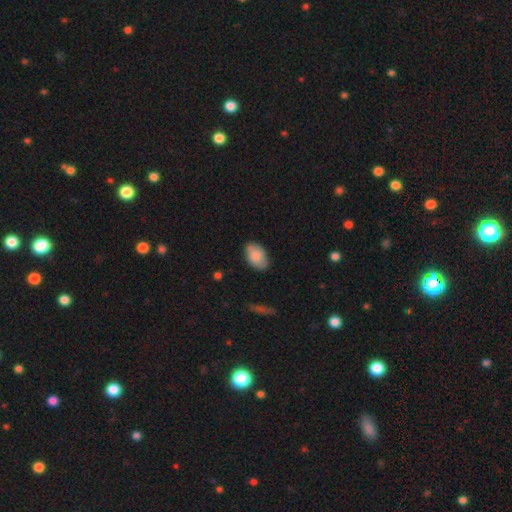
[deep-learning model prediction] Q: Smooth or featured?
A: smooth (83%); runner-up: featured or disk (10%)
Q: How rounded?
A: in between (92%); runner-up: round (7%)
Q: Merging?
A: none (80%); runner-up: minor disturbance (16%)